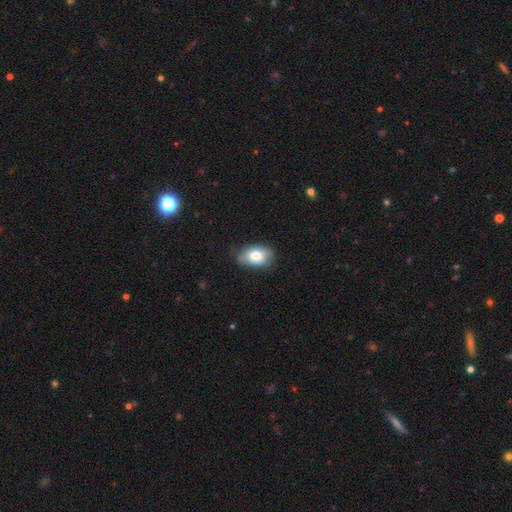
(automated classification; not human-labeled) Morphology: type=smooth (76%); roundness=in between (84%); merging=none (58%).